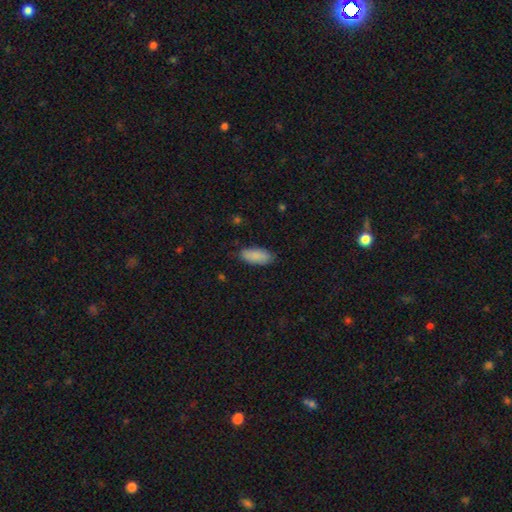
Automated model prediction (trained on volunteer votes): smooth-or-featured: smooth: 88% | featured or disk: 6% | star or artifact: 6%
  how-rounded: in between: 86% | cigar-shaped: 12% | round: 2%
  merging: none: 81% | minor disturbance: 15% | major disturbance: 3% | merger: 1%